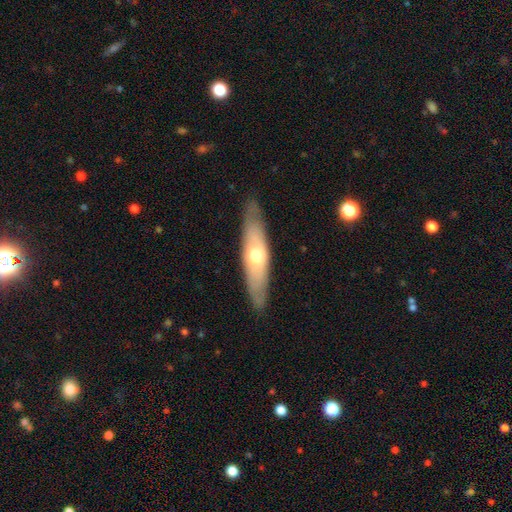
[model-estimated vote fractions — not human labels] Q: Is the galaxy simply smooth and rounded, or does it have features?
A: featured or disk — 51%.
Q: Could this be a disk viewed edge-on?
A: yes — 62%.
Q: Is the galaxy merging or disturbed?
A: none — 86%.